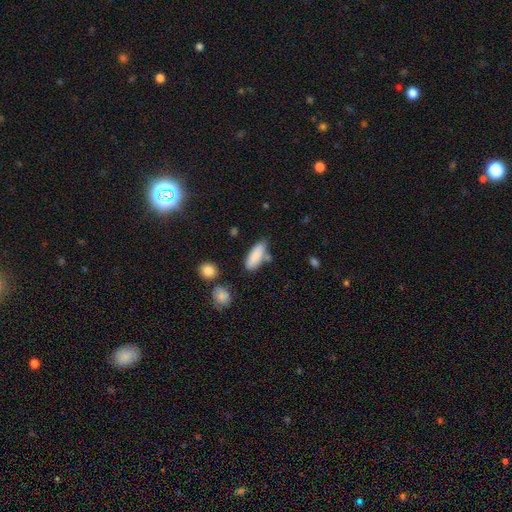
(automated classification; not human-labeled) Smooth or featured? smooth (87%)
How rounded? in between (65%)
Merging? none (71%)